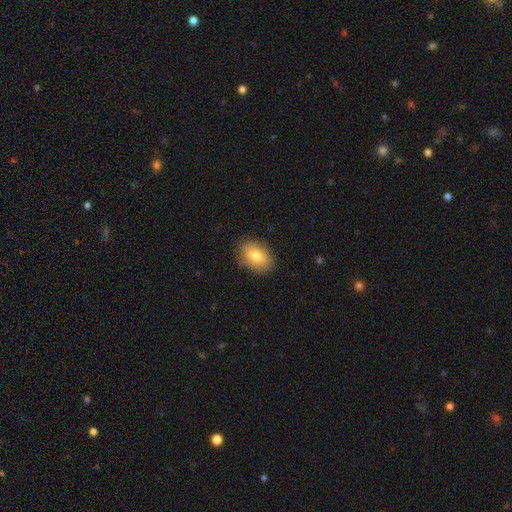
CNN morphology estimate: type=smooth (80%); roundness=in between (82%); merging=none (85%).